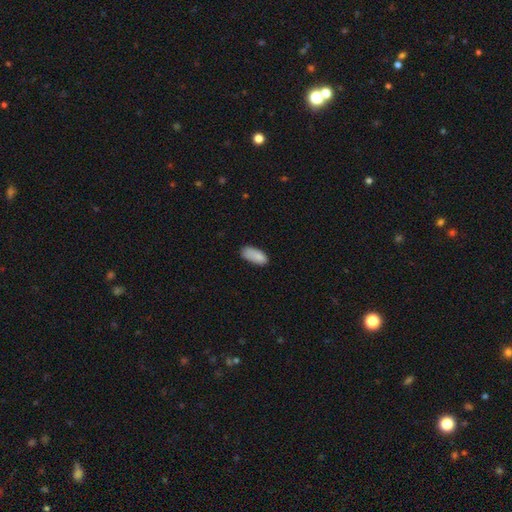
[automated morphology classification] This appears to be a smooth galaxy with no disk features (86%) that is in between round and cigar-shaped (88%). Merging: none (66%).